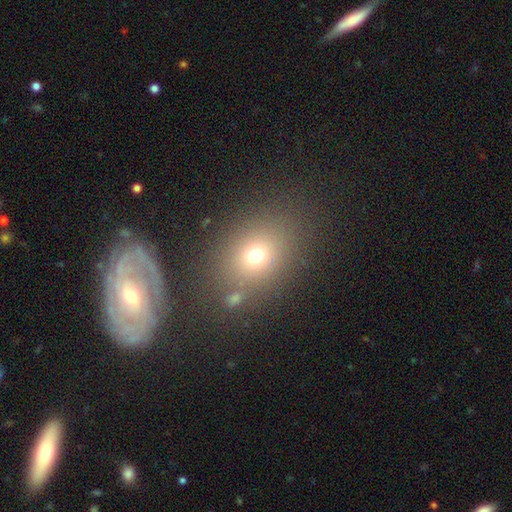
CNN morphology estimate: Q: Smooth or featured?
A: smooth (69%); runner-up: star or artifact (19%)
Q: How rounded?
A: in between (51%); runner-up: round (48%)
Q: Merging?
A: none (76%); runner-up: minor disturbance (11%)